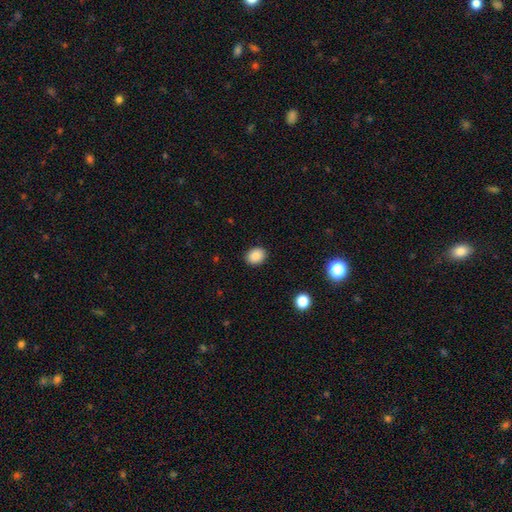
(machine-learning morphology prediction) Smooth or featured?
  - smooth: 88% *
  - star or artifact: 9%
  - featured or disk: 3%
How rounded?
  - in between: 58% *
  - round: 42%
  - cigar-shaped: 1%
Merging?
  - none: 90% *
  - minor disturbance: 7%
  - major disturbance: 2%
  - merger: 1%